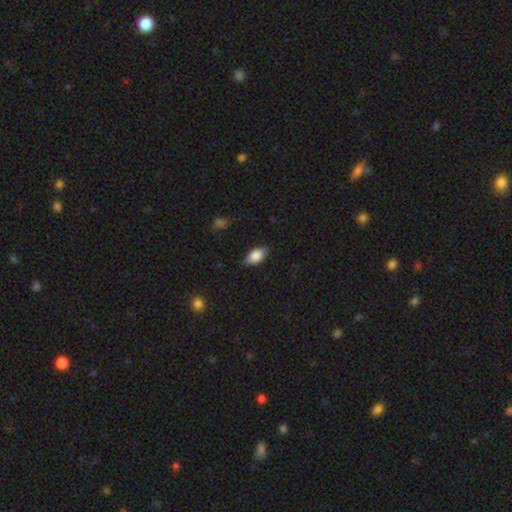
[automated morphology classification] type=smooth (82%); roundness=in between (89%); merging=none (79%).